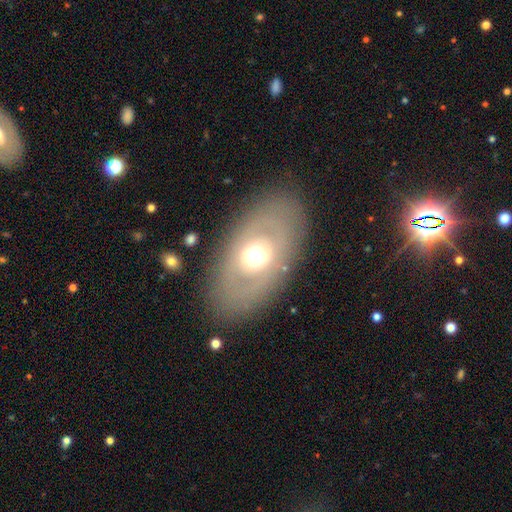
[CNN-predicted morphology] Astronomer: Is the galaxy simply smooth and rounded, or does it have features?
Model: featured or disk — 48% (runner-up: smooth, 44%).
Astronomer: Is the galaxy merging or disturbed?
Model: none — 83%.